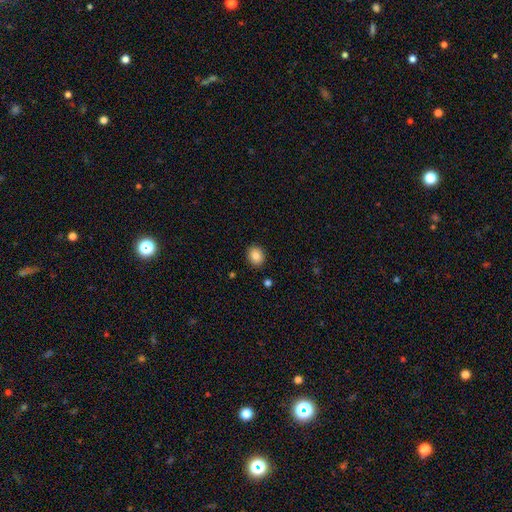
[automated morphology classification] A smooth galaxy with no disk features (86%) that is round (60%).

Vote fractions:
- Smooth or featured? smooth: 86% / star or artifact: 9% / featured or disk: 5%
- How rounded? round: 60% / in between: 39% / cigar-shaped: 1%
- Merging? none: 90% / minor disturbance: 7% / major disturbance: 2% / merger: 2%